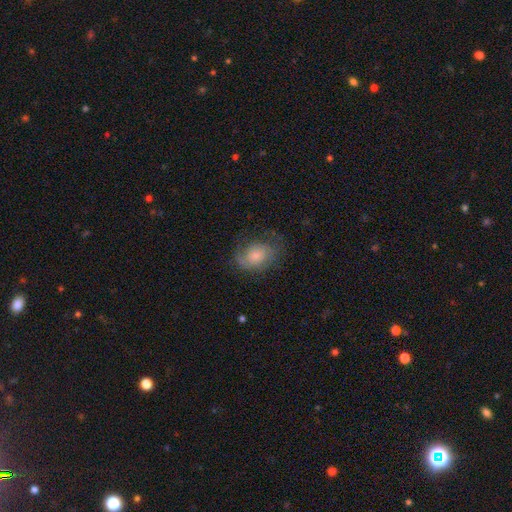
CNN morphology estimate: This is possibly a smooth galaxy (57%). How rounded: likely in between (70%). Merging: likely none (61%).